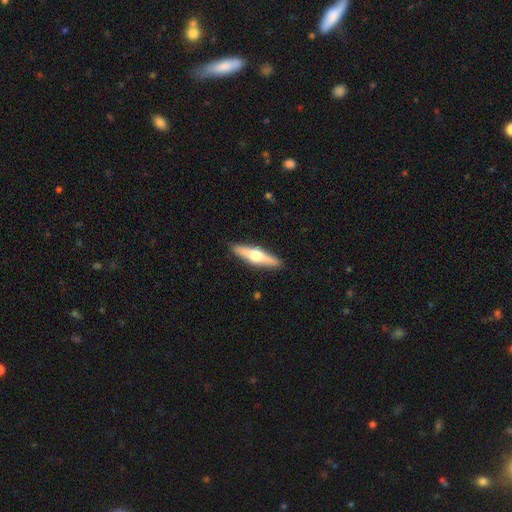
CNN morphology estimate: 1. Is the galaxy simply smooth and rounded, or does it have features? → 60% featured or disk, 35% smooth, 5% star or artifact.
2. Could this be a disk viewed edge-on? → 95% yes, 5% no.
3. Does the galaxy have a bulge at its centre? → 95% rounded, 3% boxy, 2% none.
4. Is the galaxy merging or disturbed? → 91% none, 7% minor disturbance, 1% major disturbance, 1% merger.